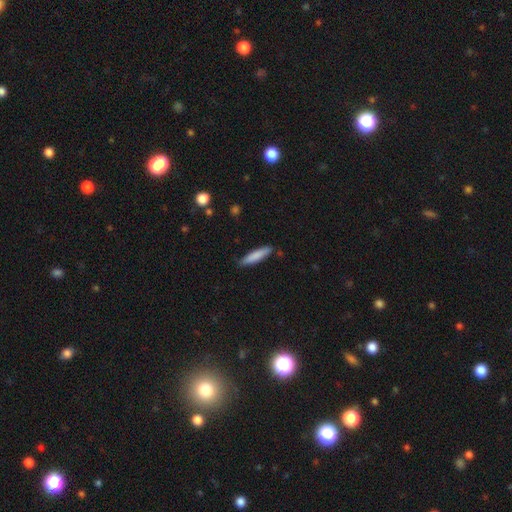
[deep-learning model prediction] A smooth galaxy with no disk features (82%) that is cigar-shaped (84%).

Vote fractions:
- Smooth or featured? smooth: 82% / featured or disk: 12% / star or artifact: 6%
- How rounded? cigar-shaped: 84% / in between: 15% / round: 1%
- Merging? none: 83% / minor disturbance: 13% / major disturbance: 2% / merger: 2%